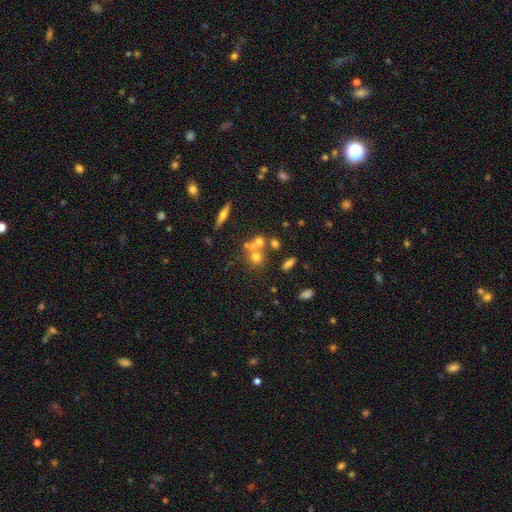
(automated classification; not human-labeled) Smooth or featured?
  - smooth: 47% *
  - featured or disk: 28%
  - star or artifact: 25%
Merging?
  - none: 47% *
  - merger: 39%
  - minor disturbance: 9%
  - major disturbance: 5%